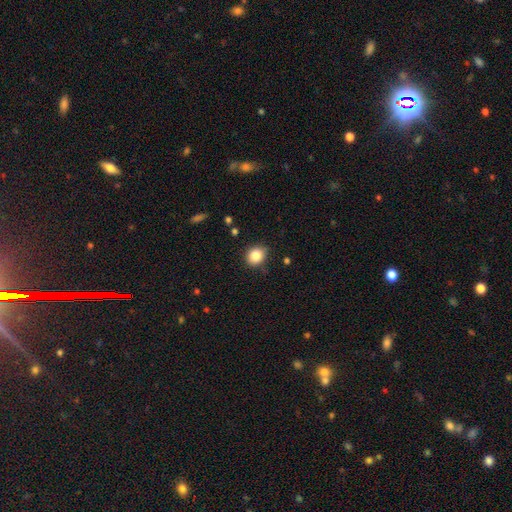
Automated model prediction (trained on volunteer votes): smooth 85%, star or artifact 10%, featured or disk 5%. Down the decision tree: how rounded — round (75%); merging — none (84%).